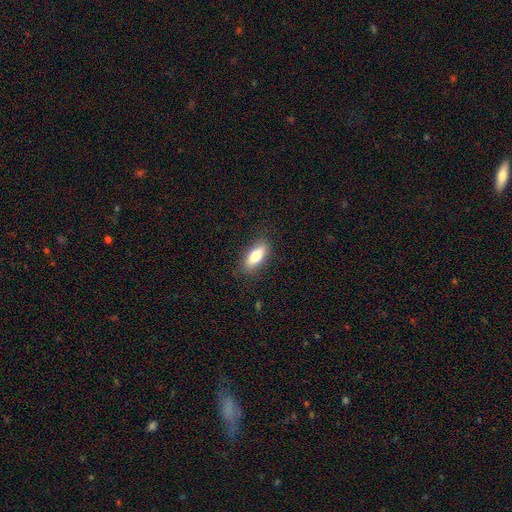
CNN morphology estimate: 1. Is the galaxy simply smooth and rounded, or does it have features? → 76% smooth, 17% featured or disk, 7% star or artifact.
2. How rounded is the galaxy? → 75% in between, 22% cigar-shaped, 3% round.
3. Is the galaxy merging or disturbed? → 85% none, 11% minor disturbance, 3% major disturbance, 1% merger.